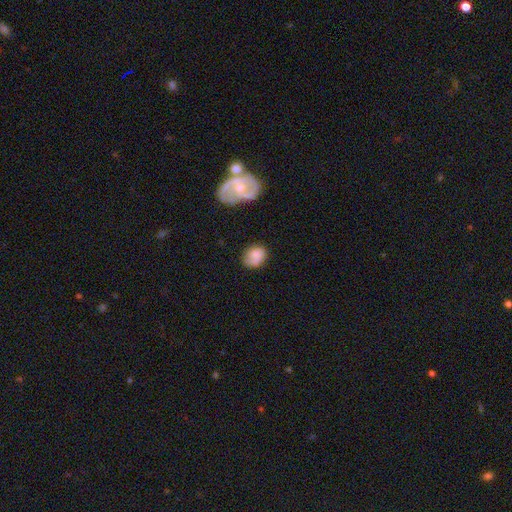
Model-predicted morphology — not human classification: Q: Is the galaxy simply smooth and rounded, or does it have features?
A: smooth — 71%.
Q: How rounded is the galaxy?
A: in between — 58%.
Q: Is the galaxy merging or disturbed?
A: none — 60%.